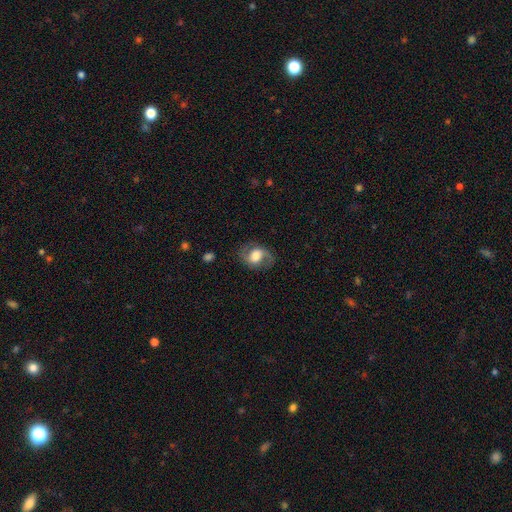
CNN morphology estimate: Q: Smooth or featured?
A: featured or disk (61%); runner-up: smooth (31%)
Q: Edge-on disk?
A: no (96%); runner-up: yes (4%)
Q: Bar?
A: no (47%); runner-up: weak (40%)
Q: Spiral arms?
A: yes (86%); runner-up: no (14%)
Q: Spiral winding?
A: medium (49%); runner-up: loose (33%)
Q: Spiral arm count?
A: 2 (88%); runner-up: can't tell (5%)
Q: Bulge size?
A: large (47%); runner-up: moderate (34%)
Q: Merging?
A: none (75%); runner-up: minor disturbance (16%)